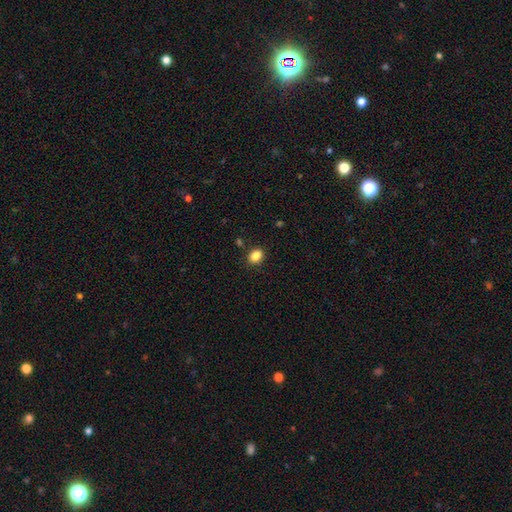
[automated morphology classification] A smooth galaxy with no disk features (86%) that is in between round and cigar-shaped (56%).

Vote fractions:
- Smooth or featured? smooth: 86% / star or artifact: 10% / featured or disk: 4%
- How rounded? in between: 56% / round: 43% / cigar-shaped: 1%
- Merging? none: 87% / minor disturbance: 9% / major disturbance: 2% / merger: 2%